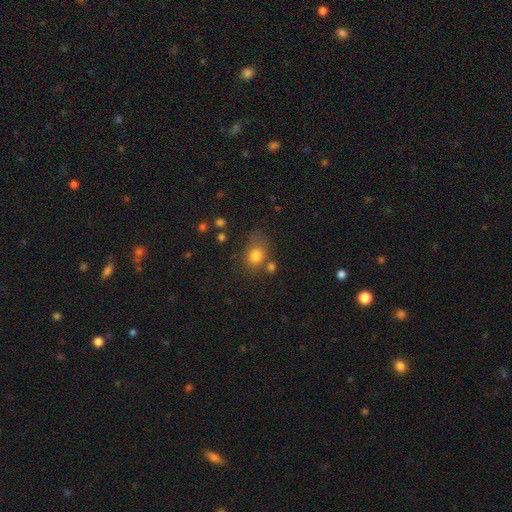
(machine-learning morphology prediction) Smooth or featured: smooth — 80% (star or artifact — 11%)
How rounded: in between — 53% (round — 46%)
Merging: none — 52% (minor disturbance — 23%)